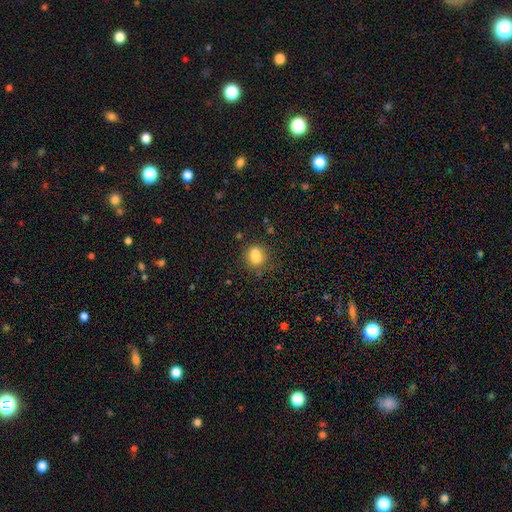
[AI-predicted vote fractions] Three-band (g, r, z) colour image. It shows a smooth galaxy with no disk features (70%) that is round (69%). Merging: merger (46%).